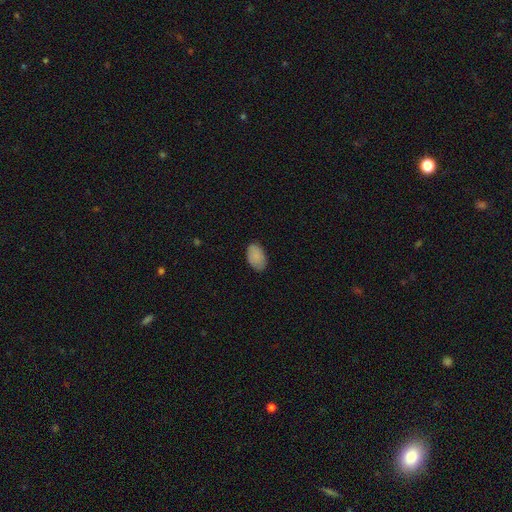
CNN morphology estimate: type=smooth (88%); roundness=in between (92%); merging=none (82%).